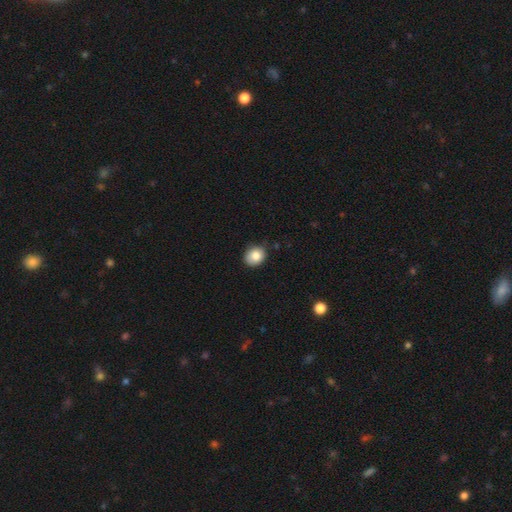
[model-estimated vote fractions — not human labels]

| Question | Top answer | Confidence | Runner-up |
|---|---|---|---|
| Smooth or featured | smooth | 83% | star or artifact (9%) |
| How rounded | round | 59% | in between (41%) |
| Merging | none | 80% | minor disturbance (16%) |